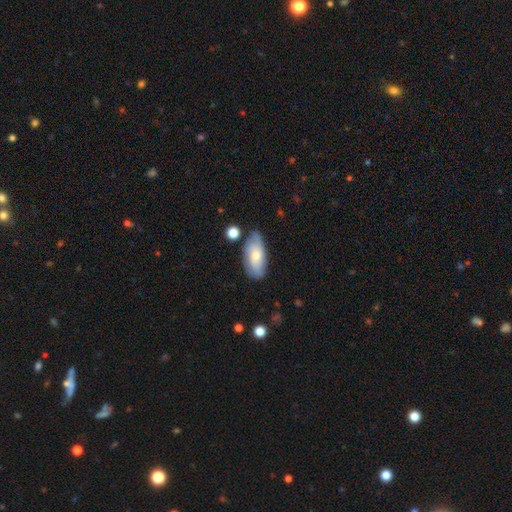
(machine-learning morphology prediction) Overall: smooth (54%; featured or disk 40%). How rounded: in between (89%). Merging: none (69%).